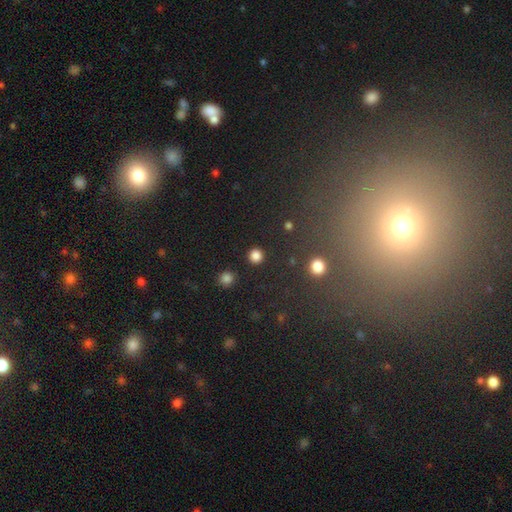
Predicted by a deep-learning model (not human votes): A smooth galaxy with no disk features (84%) that is round (93%).

Vote fractions:
- Smooth or featured? smooth: 84% / star or artifact: 13% / featured or disk: 3%
- How rounded? round: 93% / in between: 6% / cigar-shaped: 1%
- Merging? none: 92% / minor disturbance: 4% / major disturbance: 2% / merger: 2%